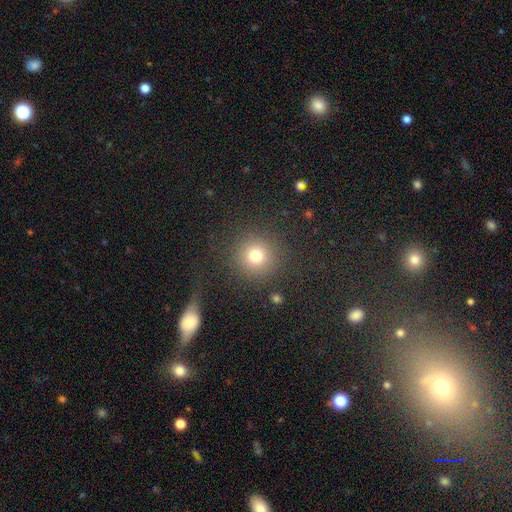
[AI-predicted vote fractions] Smooth or featured? smooth (76%)
How rounded? round (94%)
Merging? none (87%)